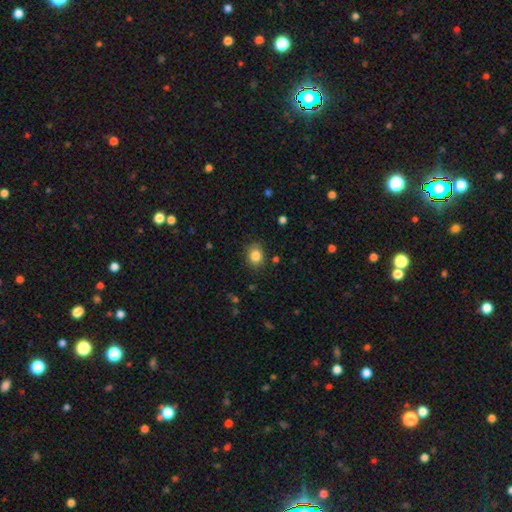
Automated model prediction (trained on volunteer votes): This is clearly a smooth galaxy (84%). How rounded: likely round (61%). Merging: clearly none (82%).